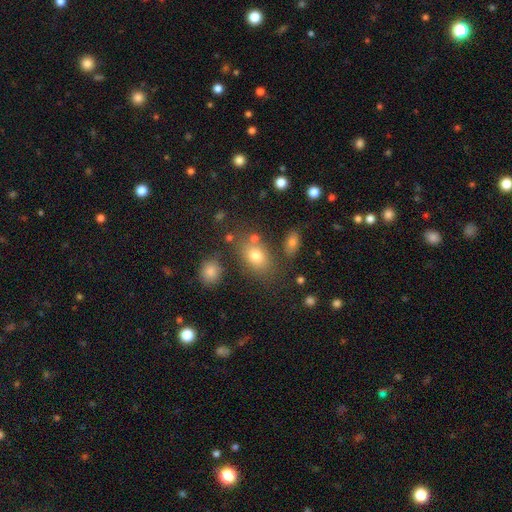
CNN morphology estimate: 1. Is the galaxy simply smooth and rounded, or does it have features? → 75% smooth, 13% star or artifact, 12% featured or disk.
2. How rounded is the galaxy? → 77% in between, 21% round, 2% cigar-shaped.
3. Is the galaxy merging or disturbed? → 69% none, 14% minor disturbance, 11% merger, 6% major disturbance.